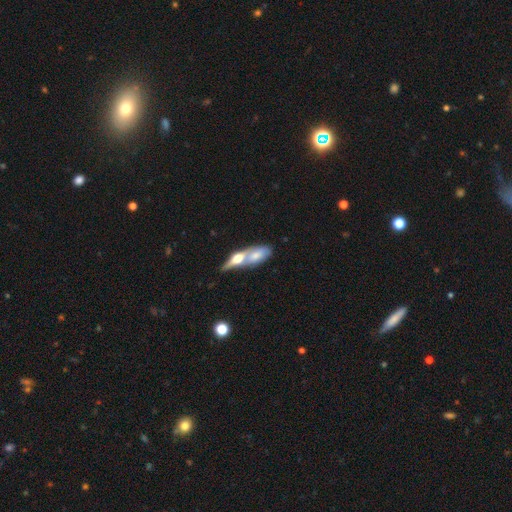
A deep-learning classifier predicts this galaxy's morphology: A smooth galaxy with no disk features (54%) that is in between round and cigar-shaped (70%).

Vote fractions:
- Smooth or featured? smooth: 54% / featured or disk: 40% / star or artifact: 6%
- How rounded? in between: 70% / cigar-shaped: 25% / round: 4%
- Merging? merger: 62% / none: 25% / minor disturbance: 9% / major disturbance: 4%